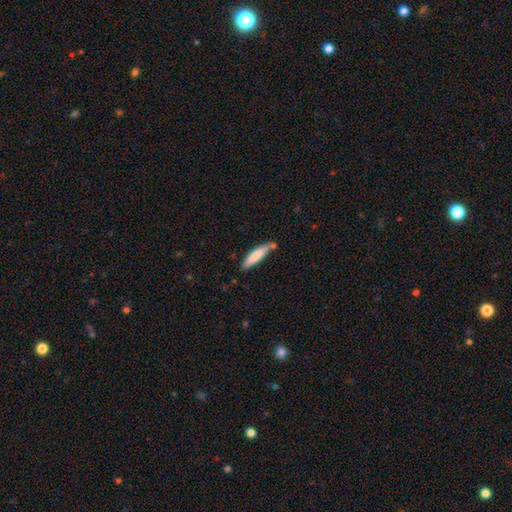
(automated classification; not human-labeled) This is likely a smooth galaxy (79%). How rounded: likely cigar-shaped (79%). Merging: likely none (71%).